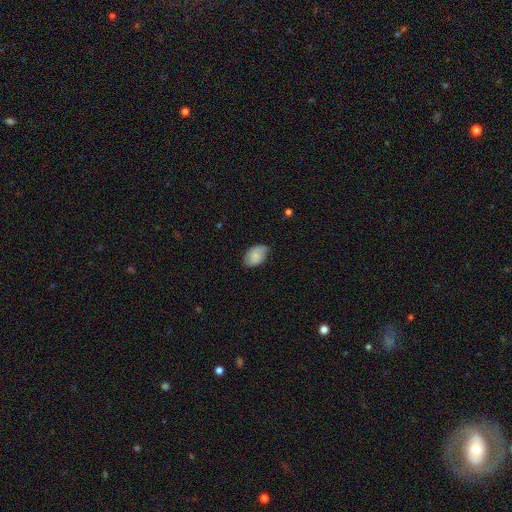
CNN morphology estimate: smooth-or-featured: smooth: 75% | featured or disk: 17% | star or artifact: 8%
  how-rounded: in between: 88% | round: 11% | cigar-shaped: 1%
  merging: none: 62% | minor disturbance: 30% | major disturbance: 6% | merger: 1%